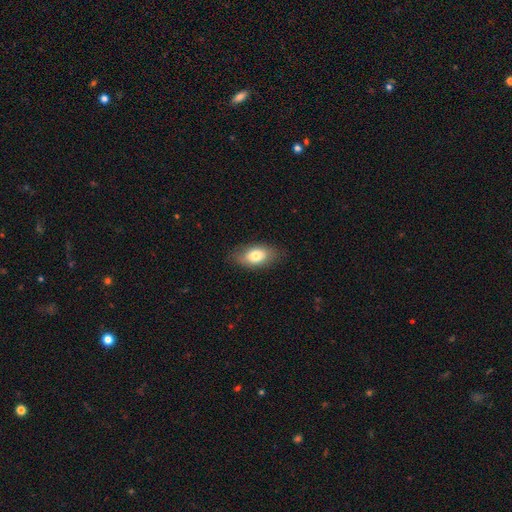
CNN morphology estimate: This is likely a smooth galaxy (76%). How rounded: clearly in between (89%). Merging: clearly none (81%).